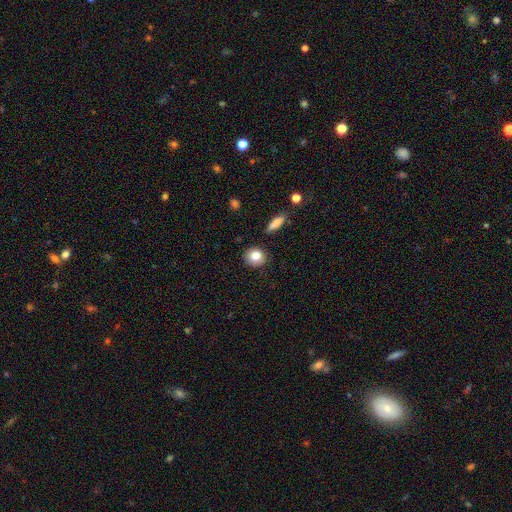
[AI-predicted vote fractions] A smooth galaxy with no disk features (81%) that is round (81%). Merging: none (87%).